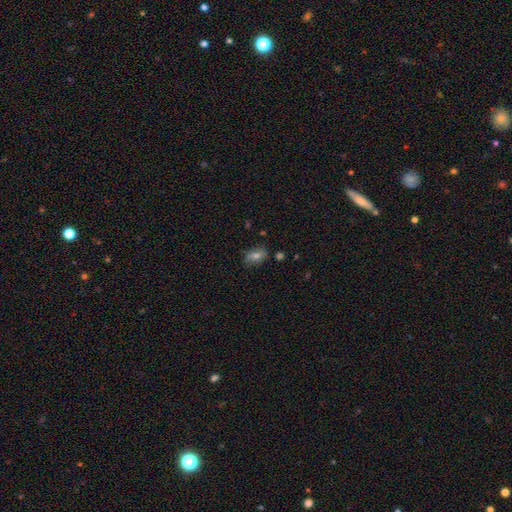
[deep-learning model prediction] smooth 62%, featured or disk 24%, star or artifact 14%. Down the decision tree: how rounded — in between (81%); merging — none (76%).